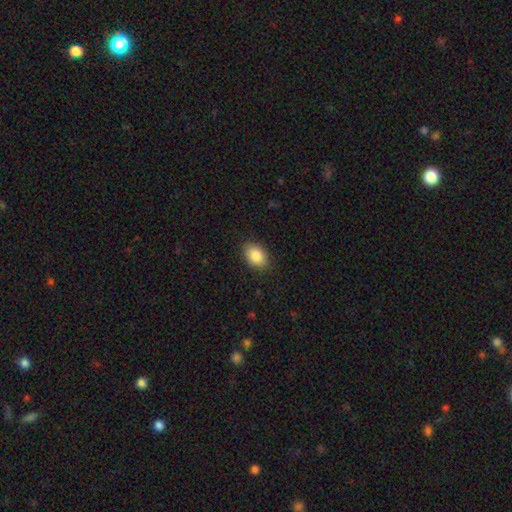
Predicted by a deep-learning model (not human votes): Smooth or featured? smooth (87%)
How rounded? in between (80%)
Merging? none (88%)